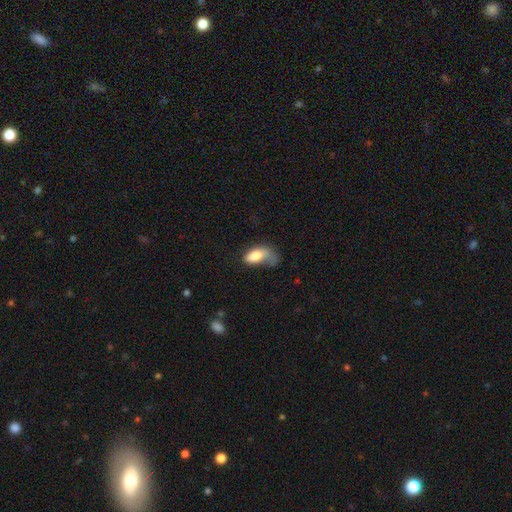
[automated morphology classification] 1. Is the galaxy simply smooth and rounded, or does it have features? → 75% smooth, 19% featured or disk, 7% star or artifact.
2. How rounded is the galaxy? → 90% in between, 5% cigar-shaped, 5% round.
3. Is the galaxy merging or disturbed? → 47% major disturbance, 26% minor disturbance, 20% none, 6% merger.